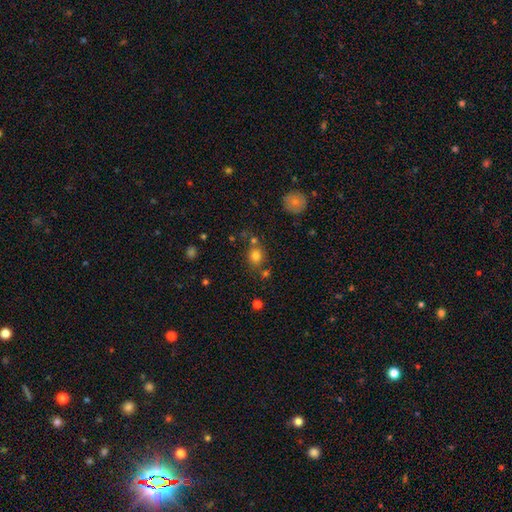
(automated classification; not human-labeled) Overall: smooth (78%). How rounded: round (68%; in between 31%). Merging: none (70%).